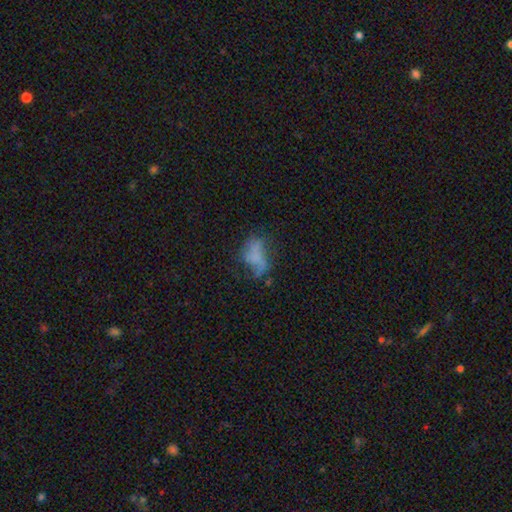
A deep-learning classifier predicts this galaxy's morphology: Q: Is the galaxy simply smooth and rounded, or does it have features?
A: smooth — 43%.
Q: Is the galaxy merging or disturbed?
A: major disturbance — 38%.